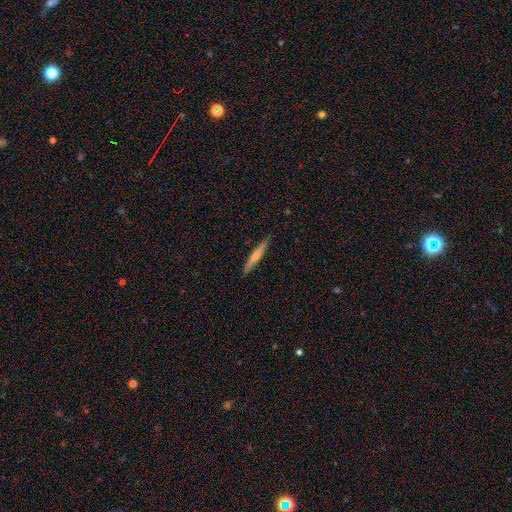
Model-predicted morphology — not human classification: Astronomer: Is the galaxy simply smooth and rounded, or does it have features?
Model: smooth — 58% (runner-up: featured or disk, 36%).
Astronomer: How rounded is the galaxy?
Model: cigar-shaped — 94%.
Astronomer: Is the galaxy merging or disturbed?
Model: none — 88%.